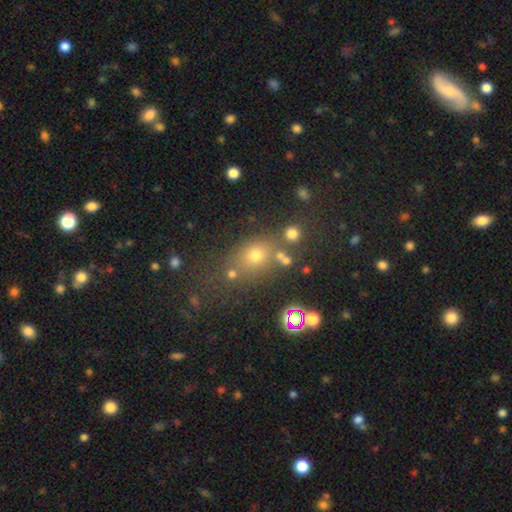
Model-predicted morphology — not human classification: Smooth or featured?
  - smooth: 61% *
  - star or artifact: 26%
  - featured or disk: 13%
How rounded?
  - round: 54% *
  - in between: 44%
  - cigar-shaped: 2%
Merging?
  - none: 65% *
  - minor disturbance: 14%
  - merger: 14%
  - major disturbance: 8%